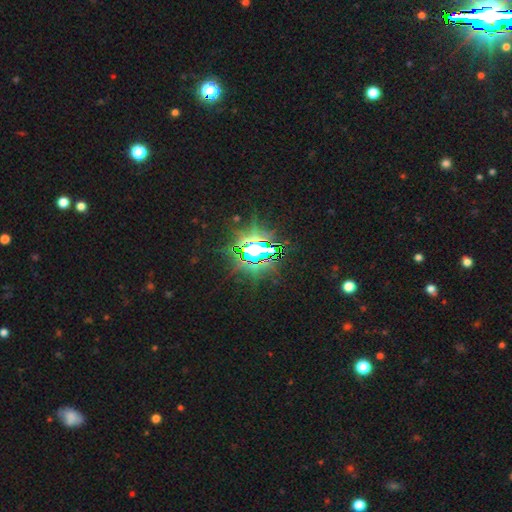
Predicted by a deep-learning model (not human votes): Smooth or featured?
  - star or artifact: 82% *
  - smooth: 9%
  - featured or disk: 9%